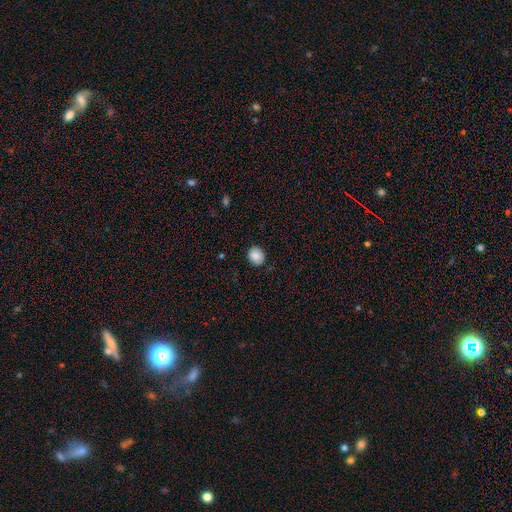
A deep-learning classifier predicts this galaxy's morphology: Smooth or featured: smooth — 87% (star or artifact — 8%)
How rounded: round — 70% (in between — 30%)
Merging: none — 87% (minor disturbance — 10%)